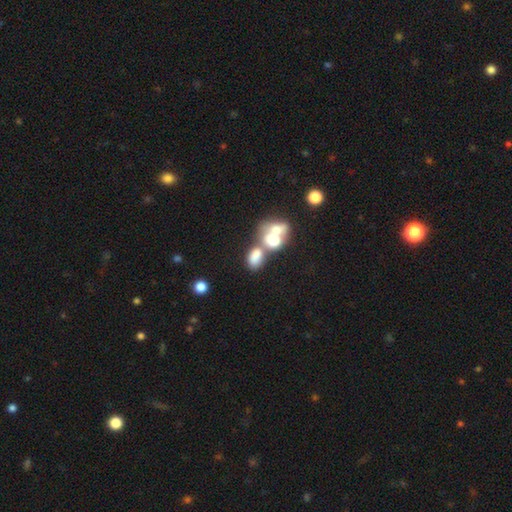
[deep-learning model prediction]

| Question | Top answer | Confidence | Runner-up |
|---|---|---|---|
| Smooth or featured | smooth | 70% | featured or disk (19%) |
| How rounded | in between | 76% | round (22%) |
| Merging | merger | 63% | none (21%) |